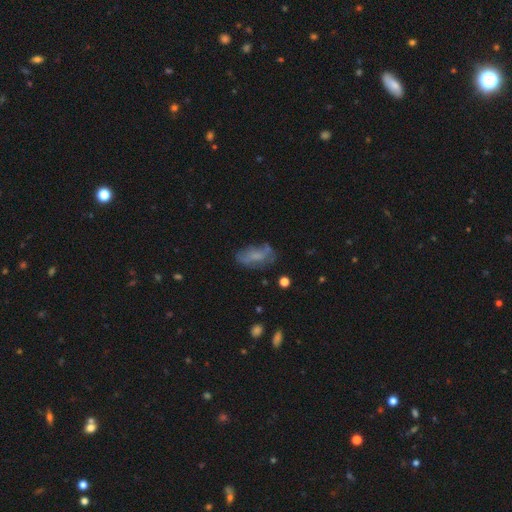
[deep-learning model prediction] A smooth galaxy with no disk features (53%) that is in between round and cigar-shaped (85%). Merging: none (57%).